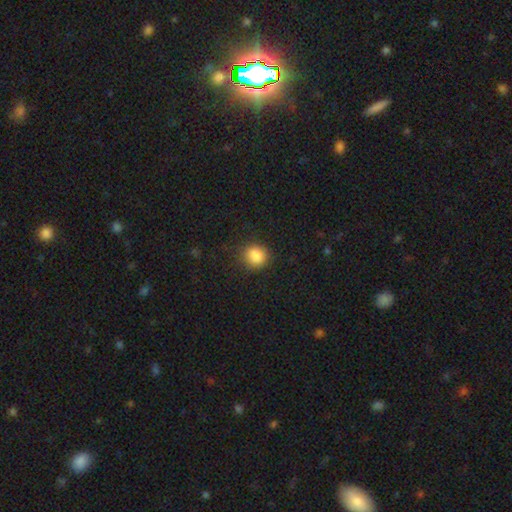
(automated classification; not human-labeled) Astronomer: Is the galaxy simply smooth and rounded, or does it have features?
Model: smooth — 86%.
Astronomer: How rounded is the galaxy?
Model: round — 78%.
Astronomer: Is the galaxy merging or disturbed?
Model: none — 83%.